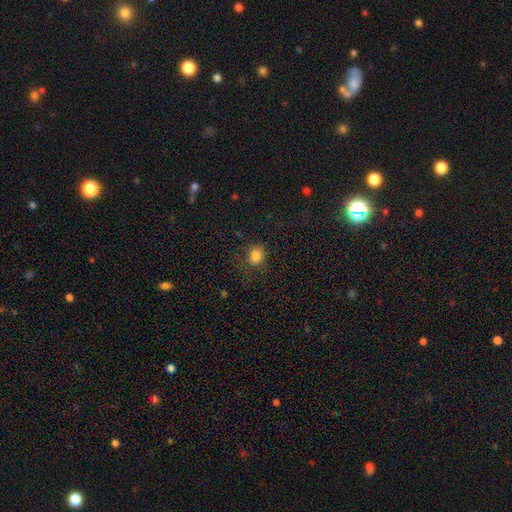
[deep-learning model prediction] Morphology: type=smooth (82%); roundness=round (75%); merging=none (77%).